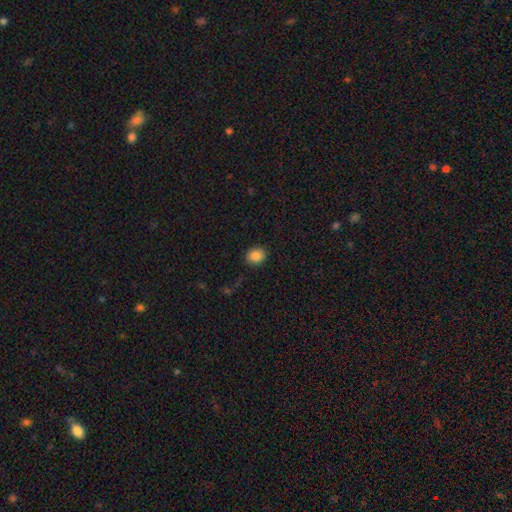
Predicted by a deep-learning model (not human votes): smooth 87%, star or artifact 10%, featured or disk 4%. Down the decision tree: how rounded — round (61%); merging — none (88%).